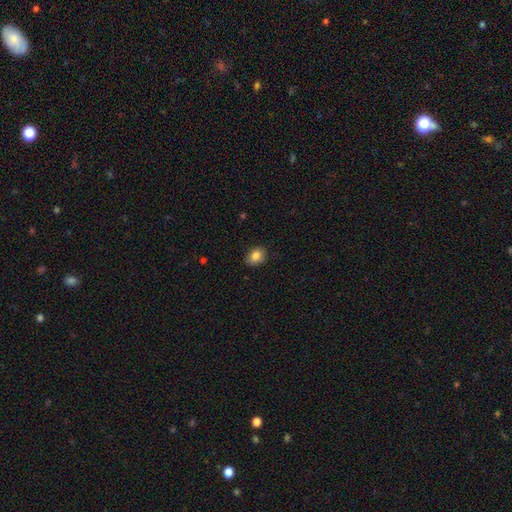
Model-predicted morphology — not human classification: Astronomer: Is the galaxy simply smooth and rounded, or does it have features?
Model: smooth — 83%.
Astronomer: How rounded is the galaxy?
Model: in between — 66%.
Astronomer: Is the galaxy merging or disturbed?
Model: none — 85%.